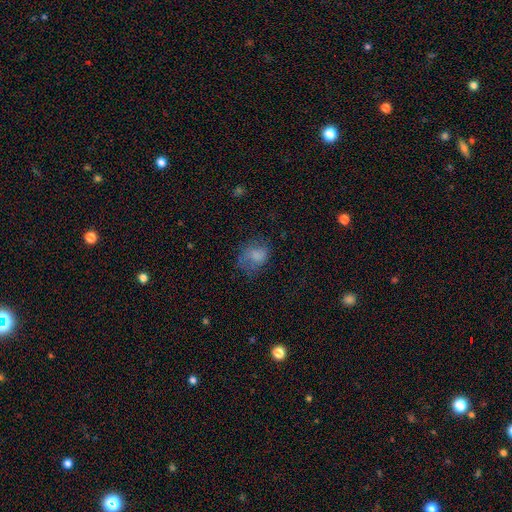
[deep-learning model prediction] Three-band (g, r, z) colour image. It shows a smooth galaxy with no disk features (74%) that is round (52%). Merging: none (54%).